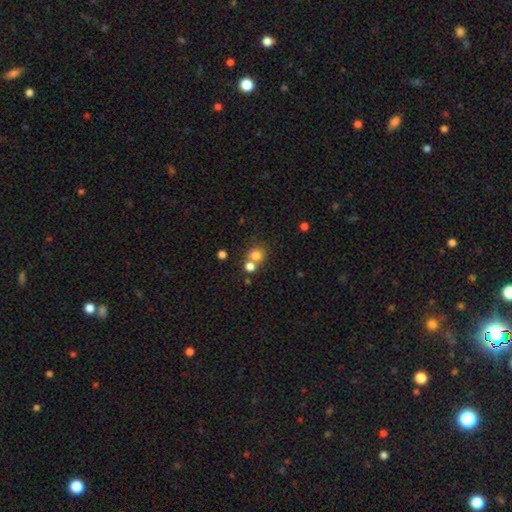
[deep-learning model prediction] This appears to be a smooth galaxy with no disk features (78%) that is round (83%). Merging: none (52%).